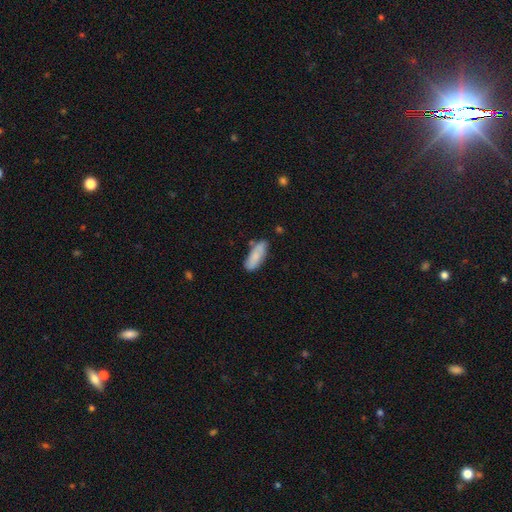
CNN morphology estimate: Smooth or featured? smooth (81%)
How rounded? in between (64%)
Merging? none (73%)